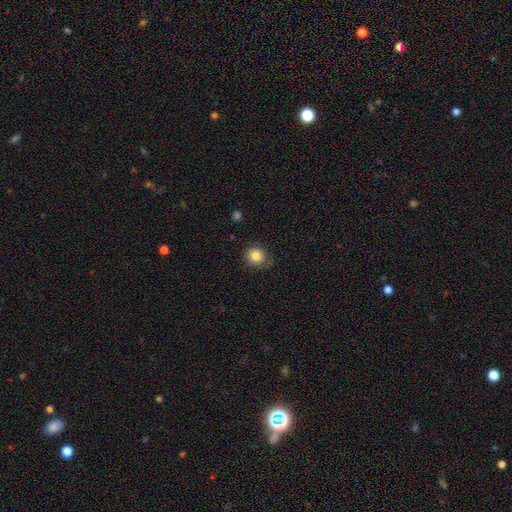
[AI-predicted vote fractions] Morphology: type=smooth (84%); roundness=round (86%); merging=none (75%).